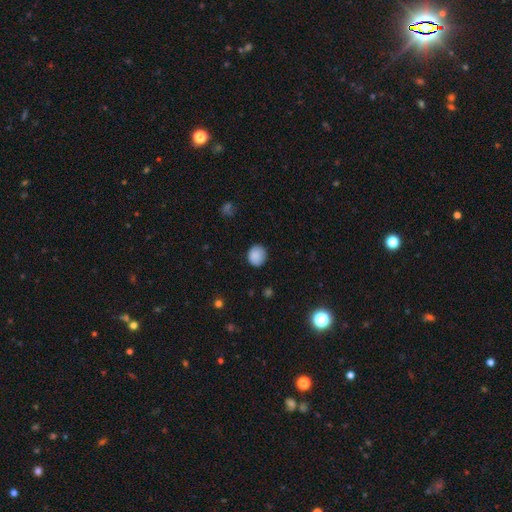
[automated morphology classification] Smooth or featured? Predicted: smooth (p=0.88). How rounded? Predicted: round (p=0.82). Merging? Predicted: none (p=0.84).